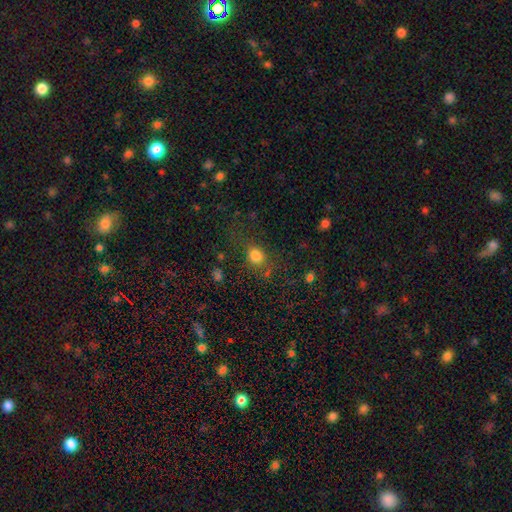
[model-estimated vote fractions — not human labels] Smooth or featured?
  - smooth: 80% *
  - star or artifact: 13%
  - featured or disk: 7%
How rounded?
  - round: 62% *
  - in between: 36%
  - cigar-shaped: 2%
Merging?
  - none: 71% *
  - minor disturbance: 15%
  - major disturbance: 10%
  - merger: 4%